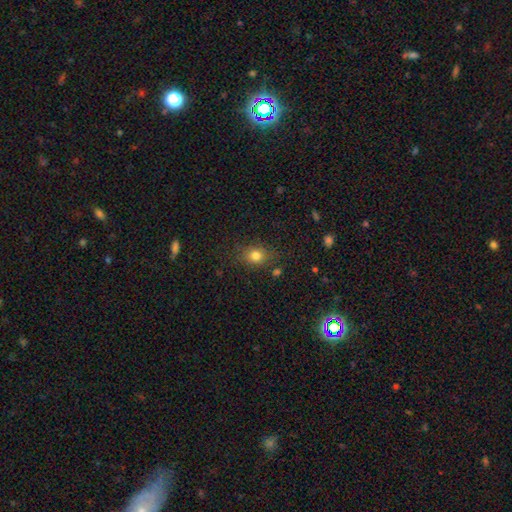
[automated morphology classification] This is likely a smooth galaxy (80%). How rounded: likely round (65%). Merging: likely none (79%).